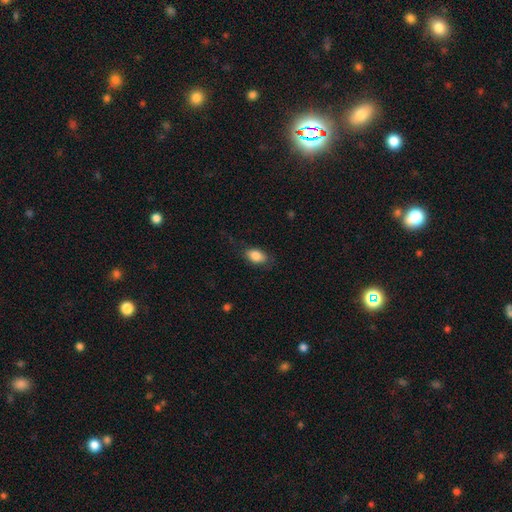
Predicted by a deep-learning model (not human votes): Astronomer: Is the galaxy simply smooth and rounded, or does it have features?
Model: smooth — 85%.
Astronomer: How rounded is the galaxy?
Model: in between — 89%.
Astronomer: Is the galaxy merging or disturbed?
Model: none — 78%.